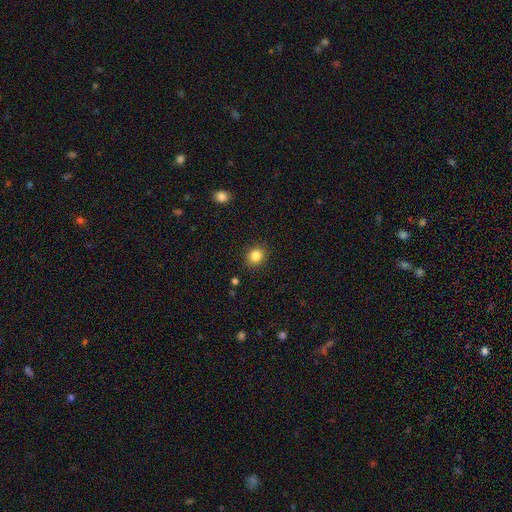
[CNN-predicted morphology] smooth 84%, star or artifact 10%, featured or disk 5%. Down the decision tree: how rounded — round (71%); merging — none (89%).